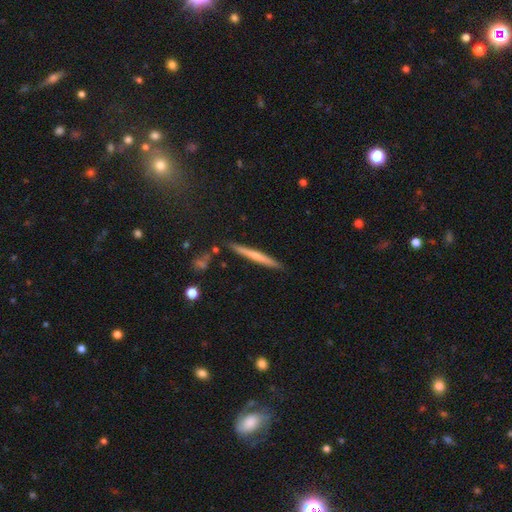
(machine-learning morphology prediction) A smooth galaxy with no disk features (50%) that is cigar-shaped (96%). Merging: none (89%).